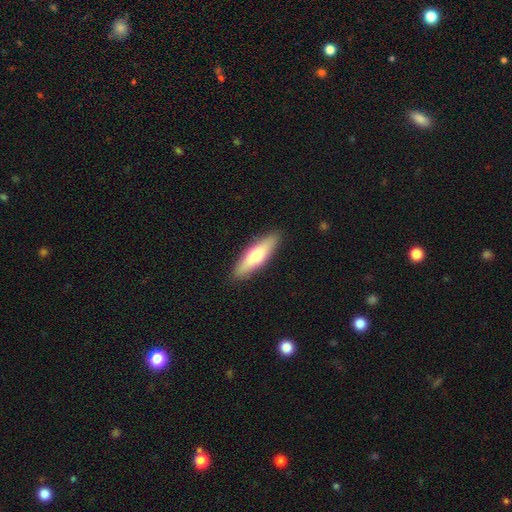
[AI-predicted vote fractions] smooth 64%, featured or disk 31%, star or artifact 6%. Down the decision tree: how rounded — cigar-shaped (63%); merging — none (89%).